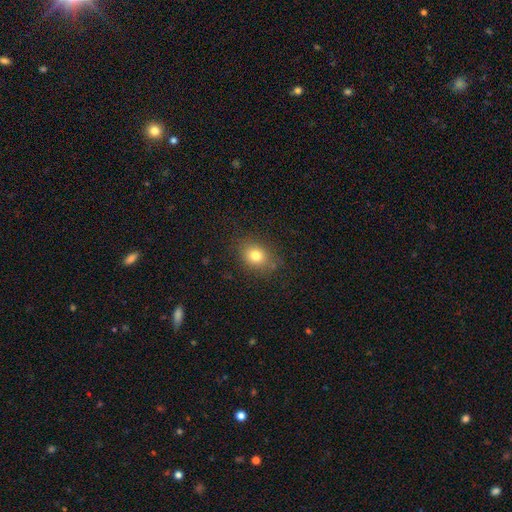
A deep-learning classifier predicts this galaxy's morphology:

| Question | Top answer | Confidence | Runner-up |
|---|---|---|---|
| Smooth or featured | smooth | 78% | star or artifact (12%) |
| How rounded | in between | 53% | round (46%) |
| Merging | none | 80% | minor disturbance (14%) |